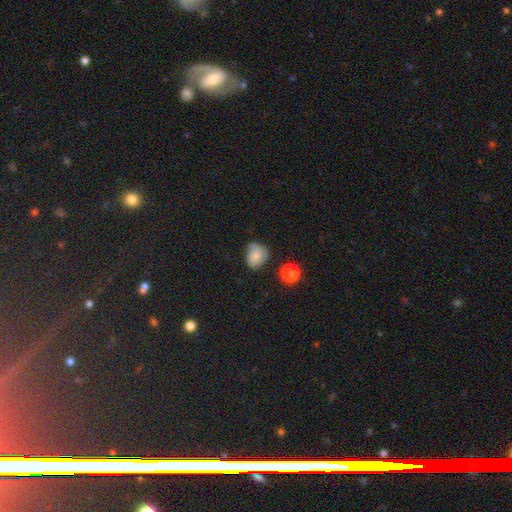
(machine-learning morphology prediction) A smooth galaxy with no disk features (69%) that is round (57%). Merging: none (51%).